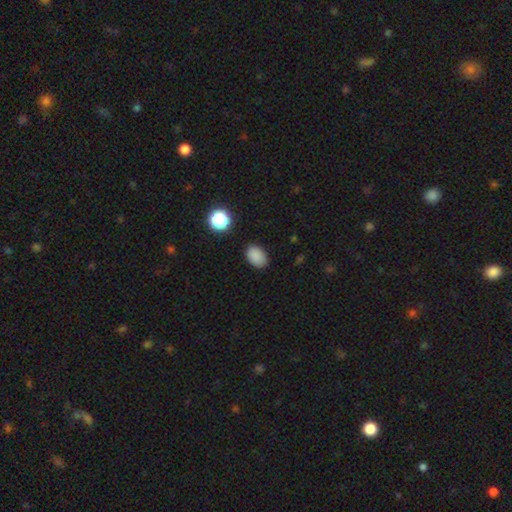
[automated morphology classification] smooth 86%, star or artifact 11%, featured or disk 4%. Down the decision tree: how rounded — in between (83%); merging — none (85%).